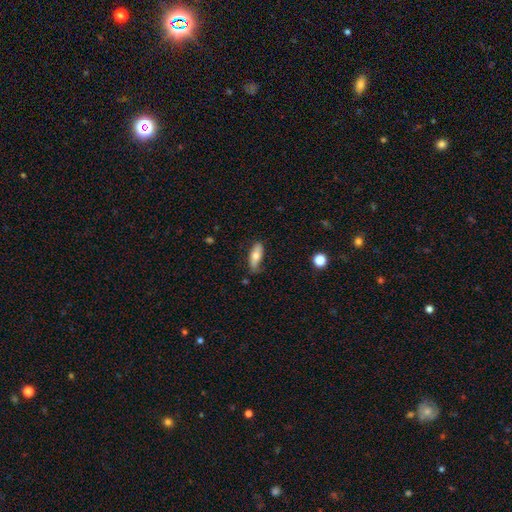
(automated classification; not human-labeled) This appears to be a smooth galaxy with no disk features (69%) that is in between round and cigar-shaped (70%). Merging: none (67%).